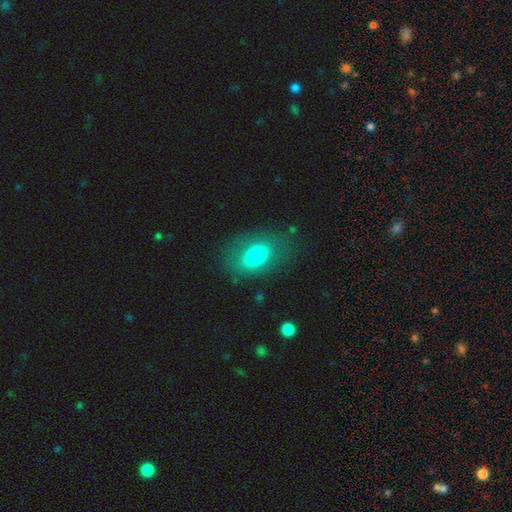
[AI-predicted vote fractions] Smooth or featured? smooth (72%)
How rounded? in between (84%)
Merging? none (75%)